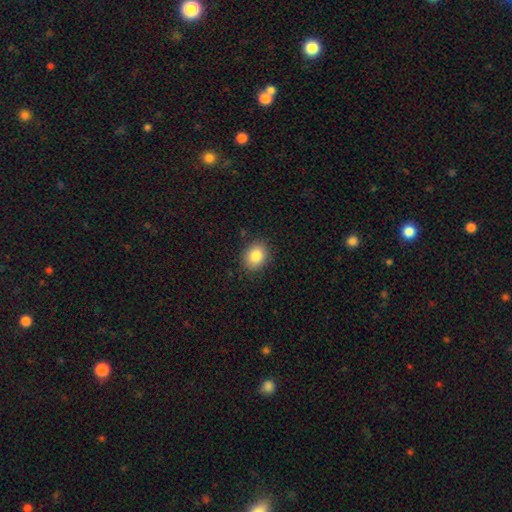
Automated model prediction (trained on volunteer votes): Overall: smooth (84%). How rounded: in between (50%; round 49%). Merging: none (87%).